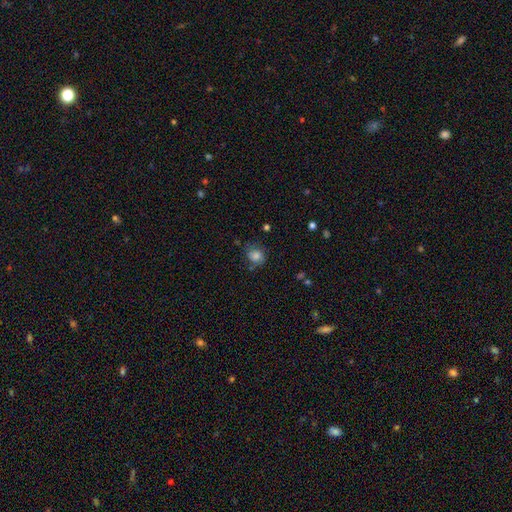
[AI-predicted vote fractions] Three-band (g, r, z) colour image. It shows a smooth galaxy with no disk features (76%) that is round (71%). Merging: none (66%).